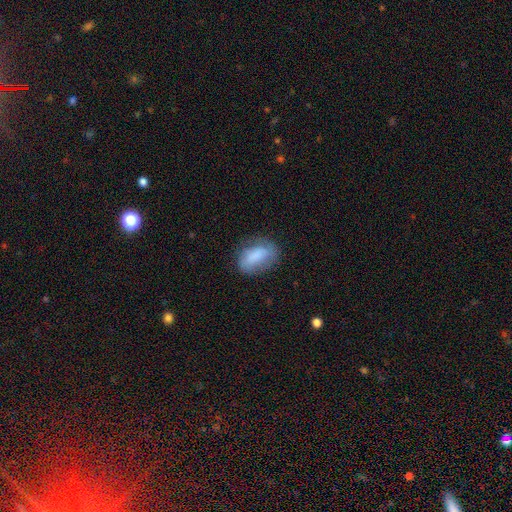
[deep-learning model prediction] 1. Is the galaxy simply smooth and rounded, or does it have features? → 78% smooth, 14% featured or disk, 8% star or artifact.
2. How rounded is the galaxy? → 88% in between, 9% round, 4% cigar-shaped.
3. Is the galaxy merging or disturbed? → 65% none, 25% minor disturbance, 9% major disturbance, 2% merger.